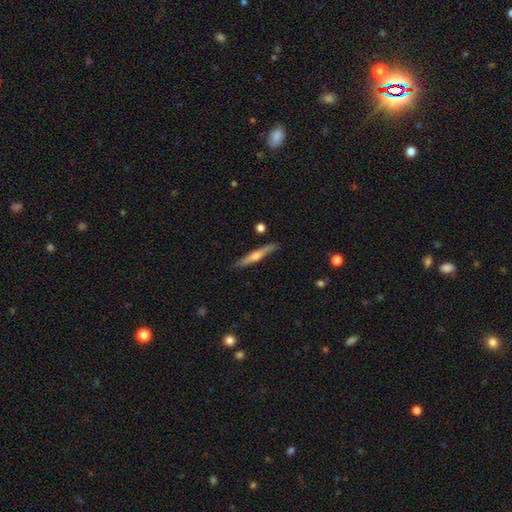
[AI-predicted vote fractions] smooth-or-featured: featured or disk: 63% | smooth: 31% | star or artifact: 6%
  disk-edge-on: yes: 96% | no: 4%
    edge-on-bulge: rounded: 82% | none: 13% | boxy: 5%
  merging: none: 86% | minor disturbance: 10% | major disturbance: 2% | merger: 2%